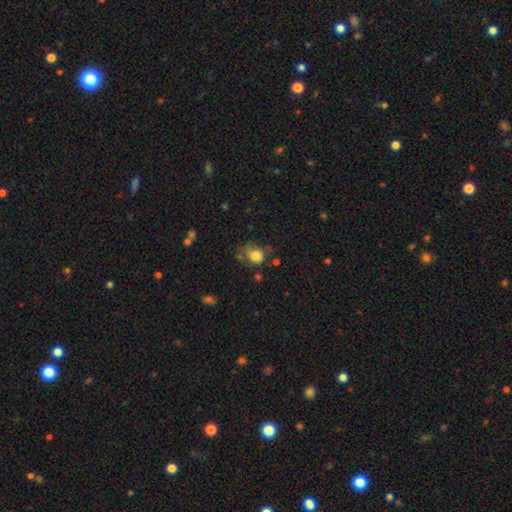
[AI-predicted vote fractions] smooth 79%, featured or disk 10%, star or artifact 10%. Down the decision tree: how rounded — round (64%); merging — none (45%).